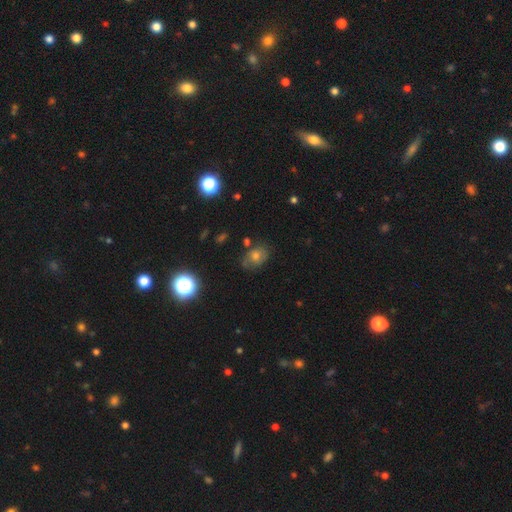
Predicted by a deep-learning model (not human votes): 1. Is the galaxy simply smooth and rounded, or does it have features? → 51% smooth, 26% featured or disk, 24% star or artifact.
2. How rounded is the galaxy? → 55% in between, 43% round, 1% cigar-shaped.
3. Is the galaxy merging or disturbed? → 67% none, 21% minor disturbance, 8% major disturbance, 4% merger.